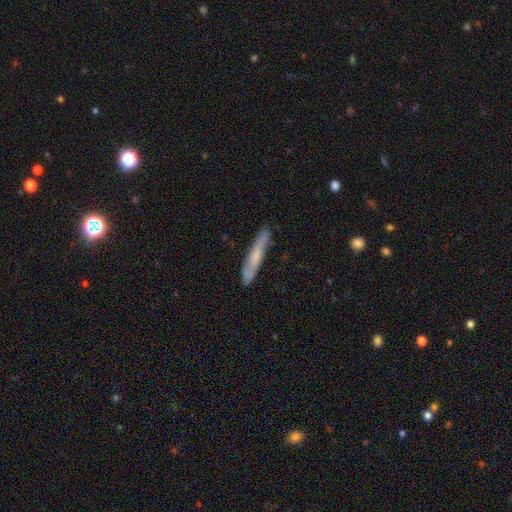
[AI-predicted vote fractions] Smooth or featured? Predicted: smooth (p=0.51). How rounded? Predicted: cigar-shaped (p=0.91). Merging? Predicted: none (p=0.81).